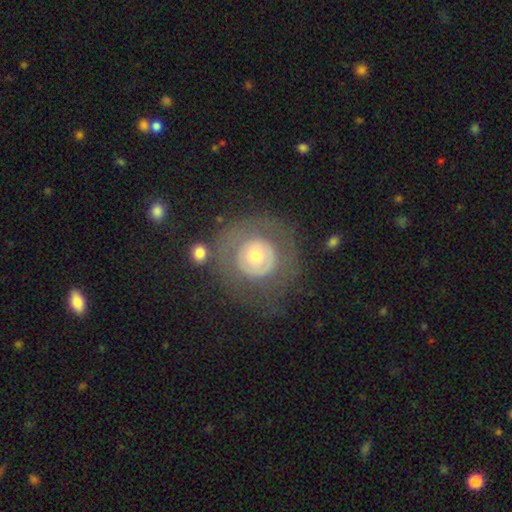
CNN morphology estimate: A featured or disk galaxy (55%) with no bar (88%), no spiral arms (68%) and a moderate central bulge (49%). Merging: none (60%).